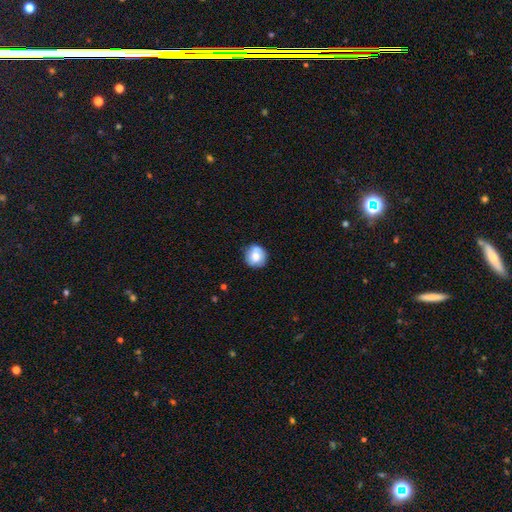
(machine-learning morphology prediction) smooth-or-featured: smooth: 71% | featured or disk: 20% | star or artifact: 9%
  how-rounded: round: 90% | in between: 9% | cigar-shaped: 1%
  merging: none: 73% | minor disturbance: 18% | merger: 4% | major disturbance: 4%